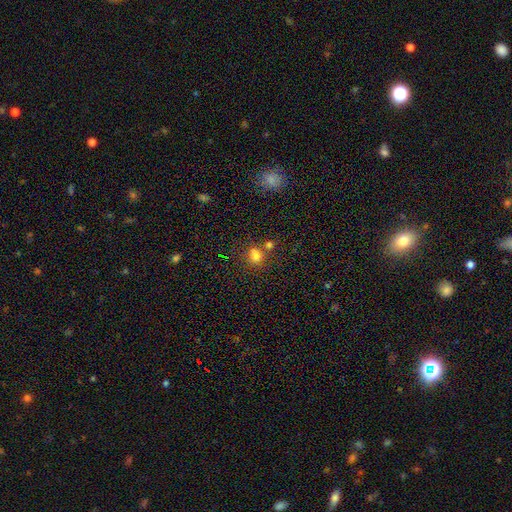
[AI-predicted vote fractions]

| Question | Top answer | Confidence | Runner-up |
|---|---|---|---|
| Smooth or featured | smooth | 72% | star or artifact (17%) |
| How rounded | round | 72% | in between (27%) |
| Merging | none | 55% | merger (28%) |